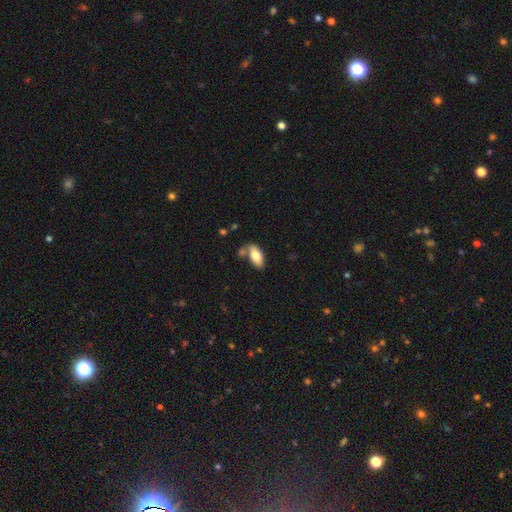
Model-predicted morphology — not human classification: This is likely a smooth galaxy (76%). How rounded: clearly in between (88%). Merging: likely none (62%).